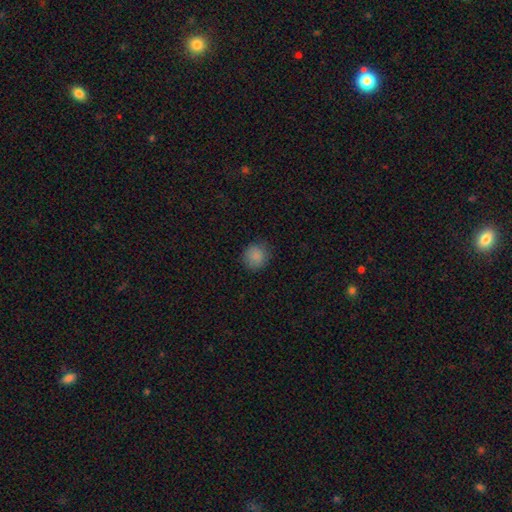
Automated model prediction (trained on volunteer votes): Q: Smooth or featured?
A: smooth (87%); runner-up: star or artifact (9%)
Q: How rounded?
A: round (89%); runner-up: in between (10%)
Q: Merging?
A: none (85%); runner-up: minor disturbance (11%)